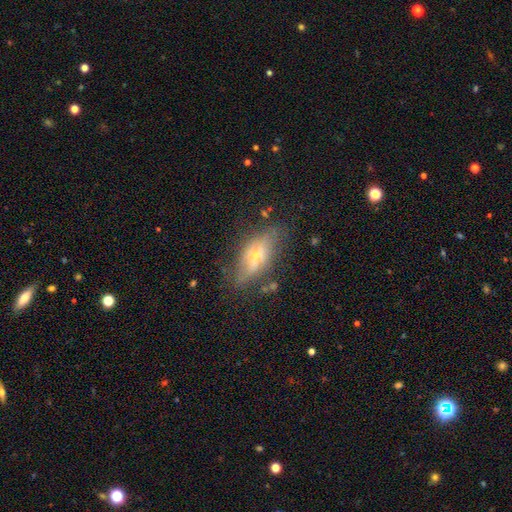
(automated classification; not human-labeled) Q: Smooth or featured?
A: featured or disk (56%); runner-up: smooth (33%)
Q: Edge-on disk?
A: yes (68%); runner-up: no (32%)
Q: Merging?
A: none (69%); runner-up: minor disturbance (19%)